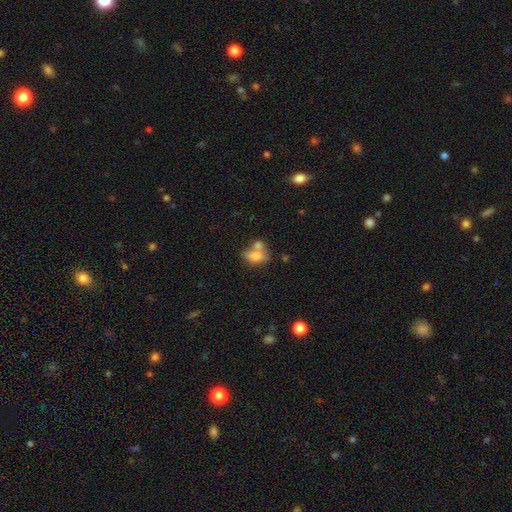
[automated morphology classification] Overall: smooth (71%). How rounded: in between (80%). Merging: merger (47%; none 30%).